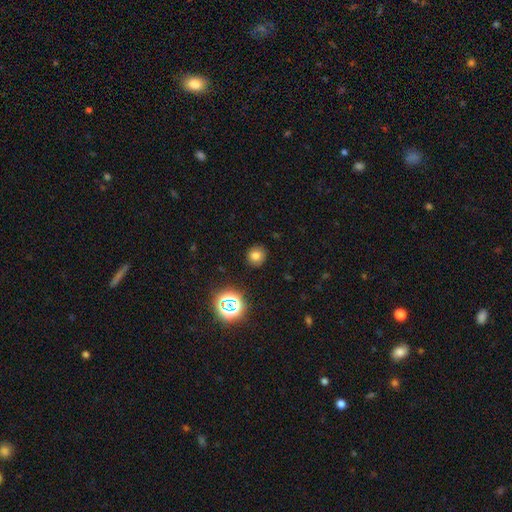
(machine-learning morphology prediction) smooth-or-featured: smooth: 73% | star or artifact: 19% | featured or disk: 8%
  how-rounded: round: 87% | in between: 12% | cigar-shaped: 1%
  merging: none: 89% | minor disturbance: 7% | major disturbance: 2% | merger: 1%